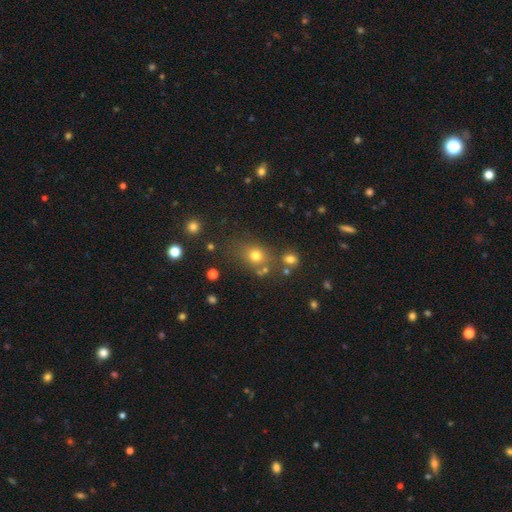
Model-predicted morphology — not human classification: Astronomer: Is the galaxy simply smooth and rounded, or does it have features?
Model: smooth — 72%.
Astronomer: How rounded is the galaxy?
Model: round — 68%.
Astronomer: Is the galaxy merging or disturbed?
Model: none — 66%.